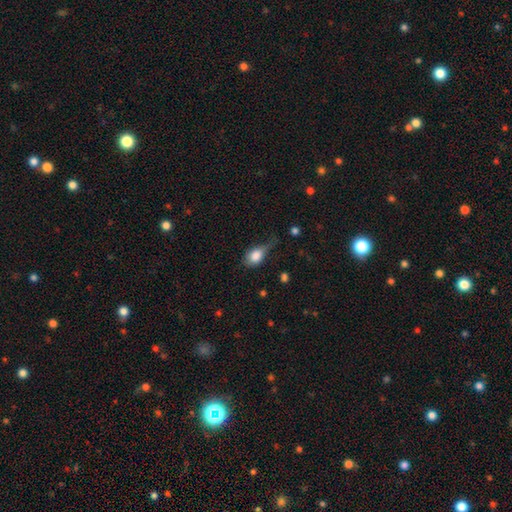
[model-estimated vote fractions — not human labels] smooth_or_featured: smooth (p=0.80) [alt: featured or disk p=0.11]
how_rounded: in between (p=0.71) [alt: round p=0.26]
merging: minor disturbance (p=0.42) [alt: none p=0.28]